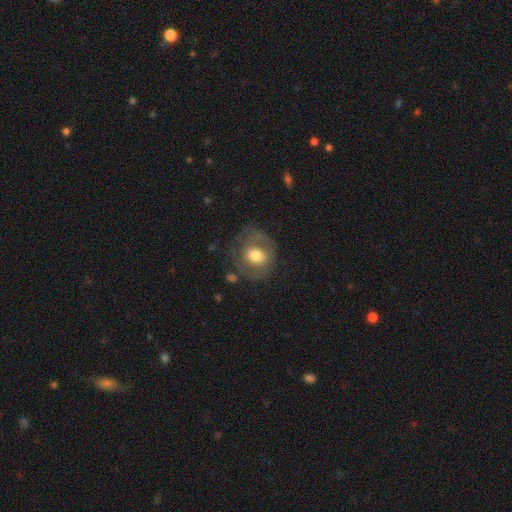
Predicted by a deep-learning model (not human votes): Morphology: type=smooth (48%); merging=none (58%).